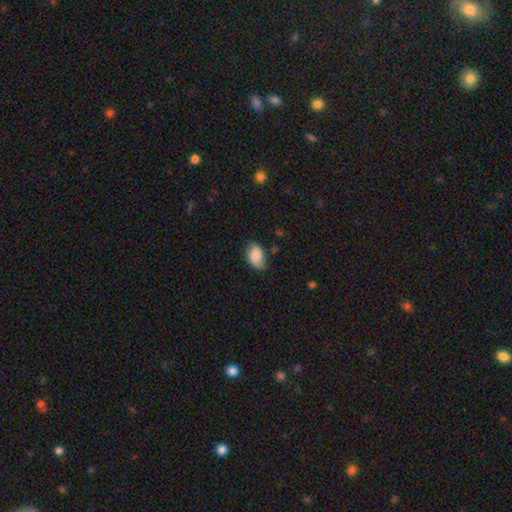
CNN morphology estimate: smooth 77%, featured or disk 14%, star or artifact 8%. Down the decision tree: how rounded — in between (88%); merging — none (51%).